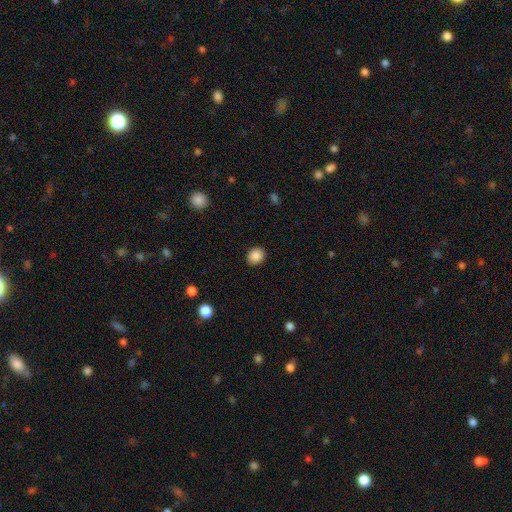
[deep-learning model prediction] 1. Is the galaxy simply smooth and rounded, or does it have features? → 88% smooth, 9% star or artifact, 3% featured or disk.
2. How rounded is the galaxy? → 70% round, 29% in between, 1% cigar-shaped.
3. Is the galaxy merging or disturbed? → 91% none, 6% minor disturbance, 2% major disturbance, 1% merger.